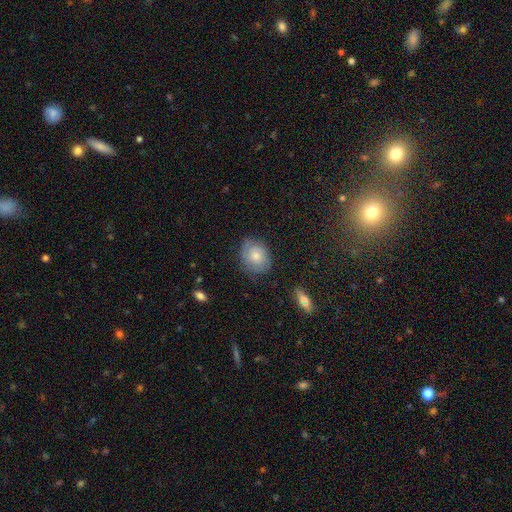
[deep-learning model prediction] A smooth galaxy with no disk features (59%) that is round (55%).

Vote fractions:
- Smooth or featured? smooth: 59% / featured or disk: 33% / star or artifact: 8%
- How rounded? round: 55% / in between: 44% / cigar-shaped: 1%
- Merging? none: 74% / minor disturbance: 20% / major disturbance: 5% / merger: 1%